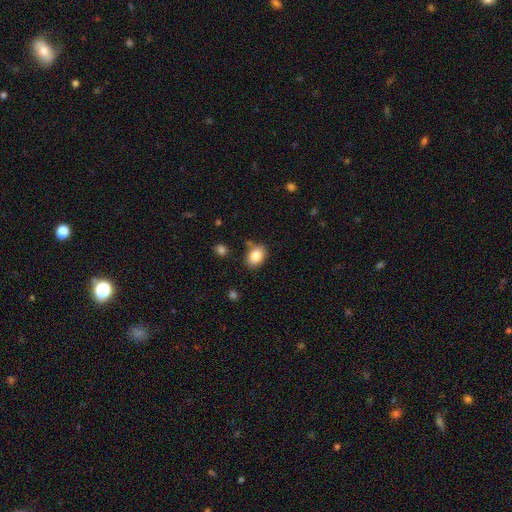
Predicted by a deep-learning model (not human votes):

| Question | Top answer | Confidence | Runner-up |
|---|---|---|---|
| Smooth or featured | smooth | 84% | star or artifact (8%) |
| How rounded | in between | 74% | round (25%) |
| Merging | none | 77% | minor disturbance (14%) |